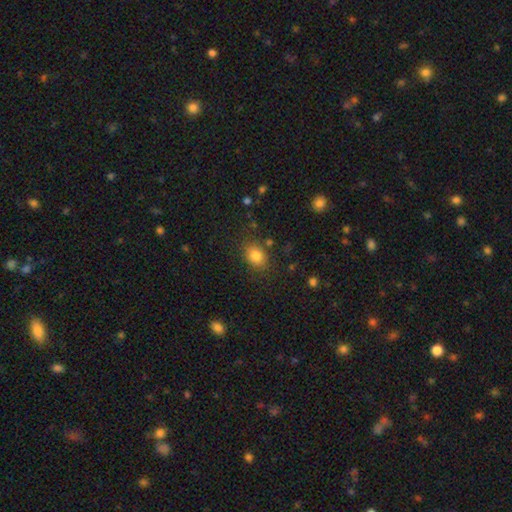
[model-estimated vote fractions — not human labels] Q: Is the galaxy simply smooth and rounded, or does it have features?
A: smooth — 83%.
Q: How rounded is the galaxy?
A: in between — 63%.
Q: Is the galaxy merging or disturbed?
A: none — 80%.